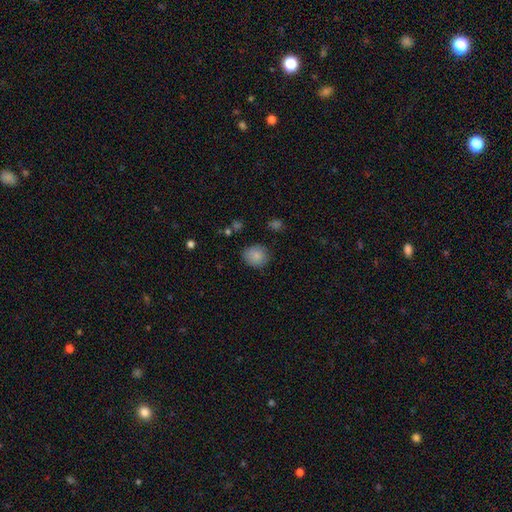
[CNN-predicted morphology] Q: Smooth or featured?
A: smooth (87%); runner-up: star or artifact (8%)
Q: How rounded?
A: round (73%); runner-up: in between (26%)
Q: Merging?
A: none (83%); runner-up: minor disturbance (12%)